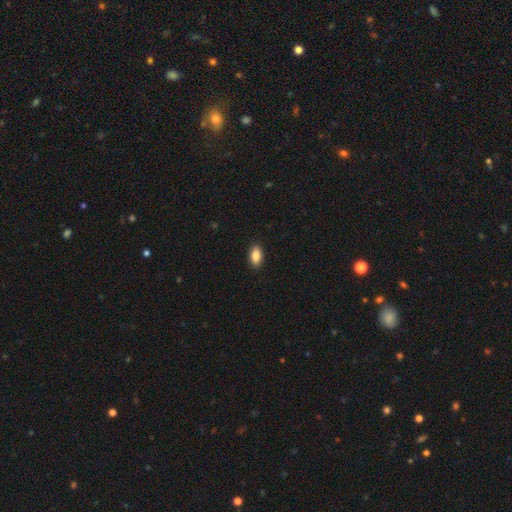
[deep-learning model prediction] Smooth or featured? smooth (87%)
How rounded? in between (91%)
Merging? none (89%)